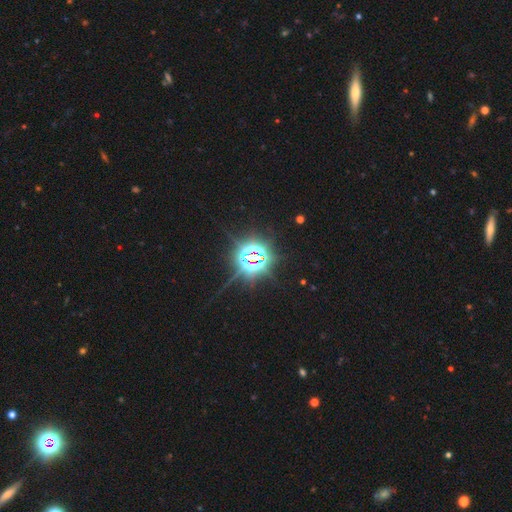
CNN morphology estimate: Smooth or featured? star or artifact (84%)